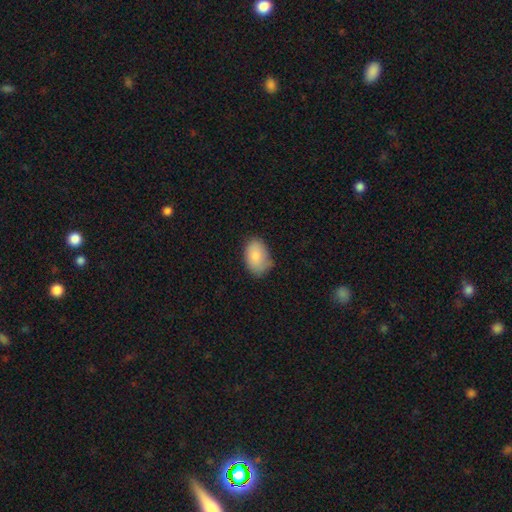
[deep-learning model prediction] Q: Smooth or featured?
A: smooth (86%); runner-up: featured or disk (8%)
Q: How rounded?
A: in between (89%); runner-up: round (10%)
Q: Merging?
A: none (68%); runner-up: minor disturbance (26%)